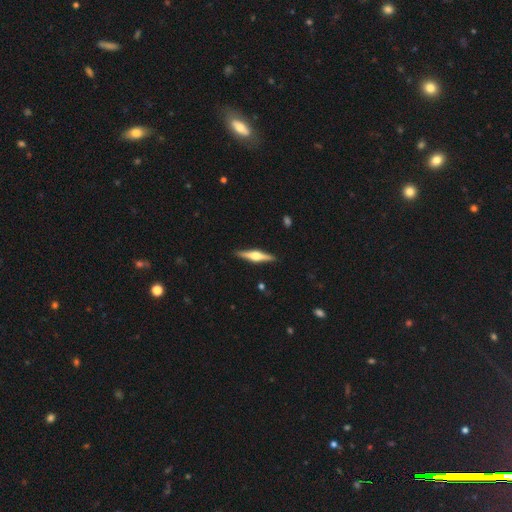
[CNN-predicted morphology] The model was most divided on "smooth or featured": featured or disk: 74%, smooth: 21%, star or artifact: 5%. More confident: edge-on disk — yes (98%); edge-on bulge — rounded (91%); merging — none (91%).